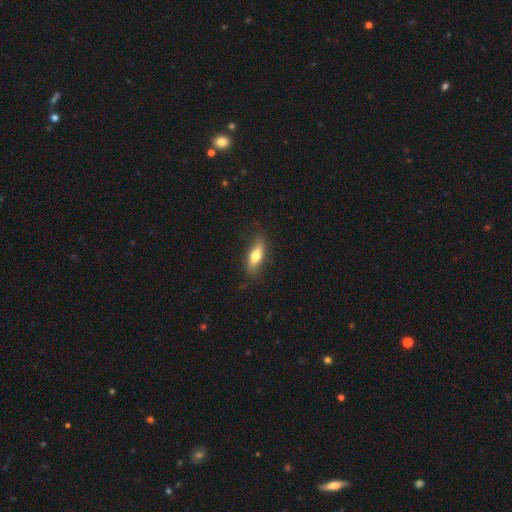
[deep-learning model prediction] This appears to be a smooth galaxy with no disk features (67%) that is in between round and cigar-shaped (59%). Merging: none (81%).